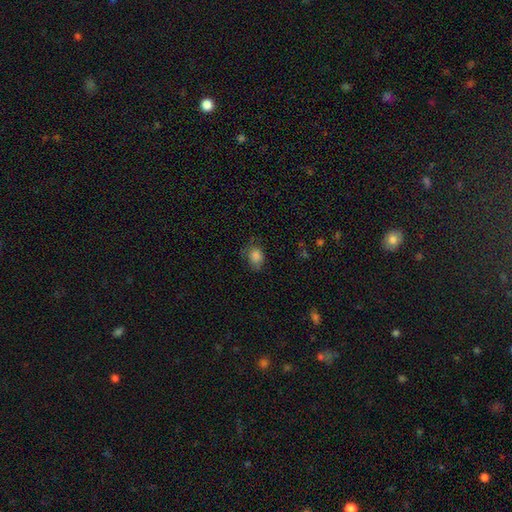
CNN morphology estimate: This appears to be a smooth galaxy with no disk features (83%) that is in between round and cigar-shaped (52%). Merging: none (57%).